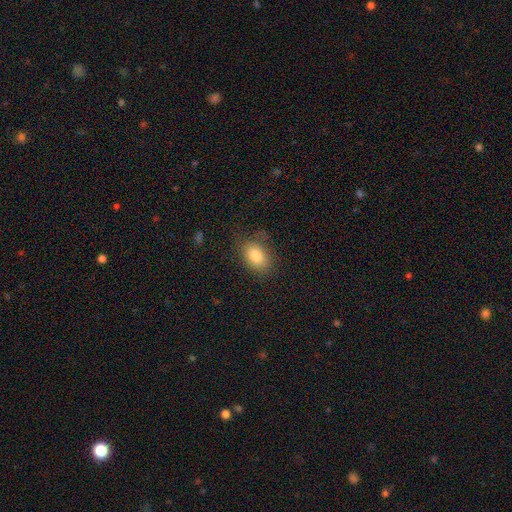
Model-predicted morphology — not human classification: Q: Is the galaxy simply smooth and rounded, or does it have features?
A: smooth — 82%.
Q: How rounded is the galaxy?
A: in between — 82%.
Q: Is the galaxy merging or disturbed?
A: none — 74%.